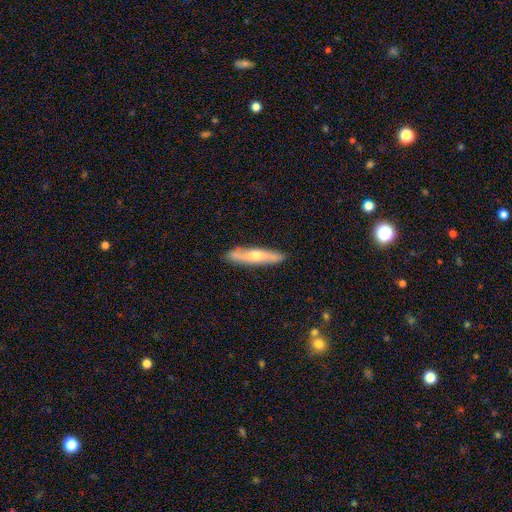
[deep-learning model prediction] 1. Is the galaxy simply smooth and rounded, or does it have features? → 50% smooth, 45% featured or disk, 5% star or artifact.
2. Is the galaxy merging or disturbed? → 86% none, 11% minor disturbance, 2% major disturbance, 2% merger.